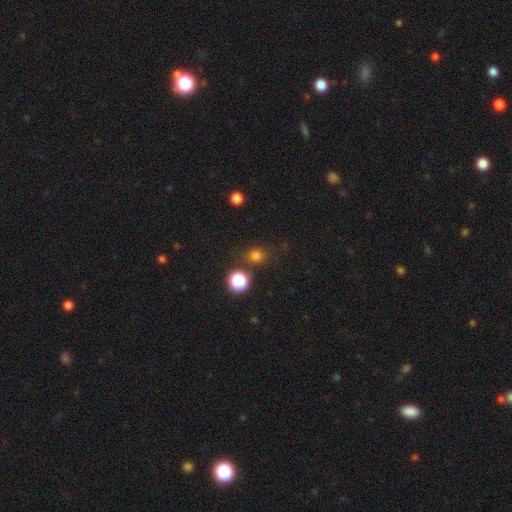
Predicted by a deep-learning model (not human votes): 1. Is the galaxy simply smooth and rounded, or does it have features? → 76% smooth, 19% star or artifact, 5% featured or disk.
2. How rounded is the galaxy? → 81% round, 18% in between, 1% cigar-shaped.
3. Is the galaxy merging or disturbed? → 80% none, 10% minor disturbance, 7% merger, 4% major disturbance.